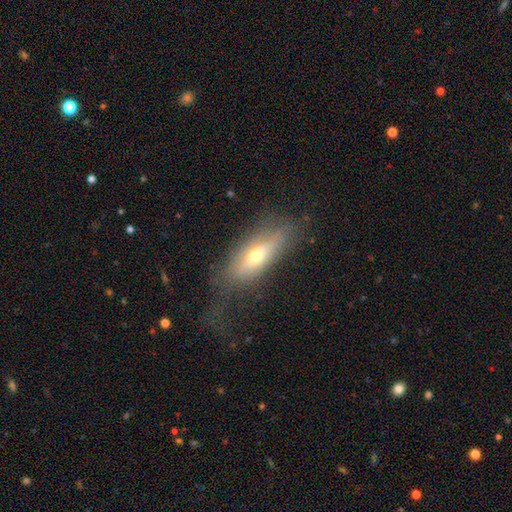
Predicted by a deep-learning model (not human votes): Morphology: type=smooth (50%); merging=none (47%).